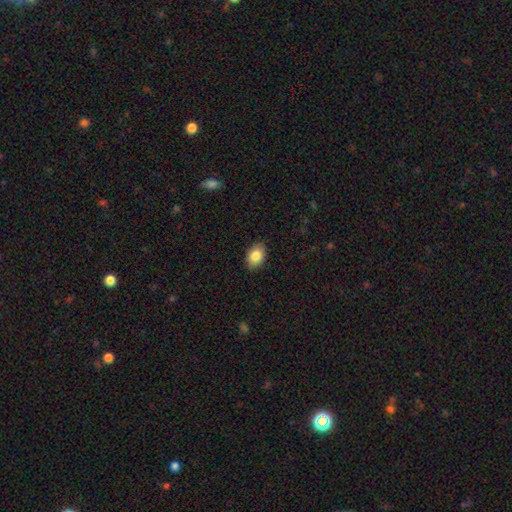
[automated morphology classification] Q: Smooth or featured?
A: smooth (85%); runner-up: star or artifact (8%)
Q: How rounded?
A: in between (84%); runner-up: round (15%)
Q: Merging?
A: none (88%); runner-up: minor disturbance (9%)